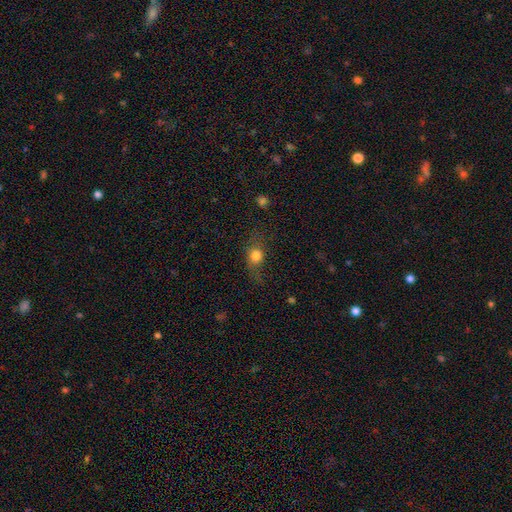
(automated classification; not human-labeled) smooth-or-featured: smooth: 71% | featured or disk: 17% | star or artifact: 12%
  how-rounded: round: 53% | in between: 39% | cigar-shaped: 8%
  merging: none: 58% | minor disturbance: 24% | major disturbance: 16% | merger: 3%